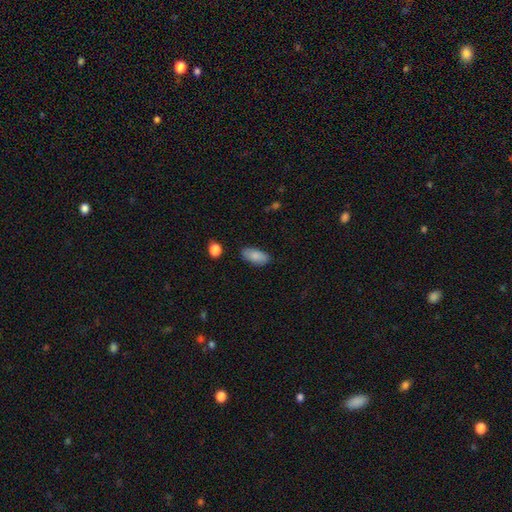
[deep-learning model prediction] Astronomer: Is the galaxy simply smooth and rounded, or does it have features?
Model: smooth — 85%.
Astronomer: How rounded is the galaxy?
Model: in between — 91%.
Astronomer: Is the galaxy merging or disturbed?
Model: none — 83%.